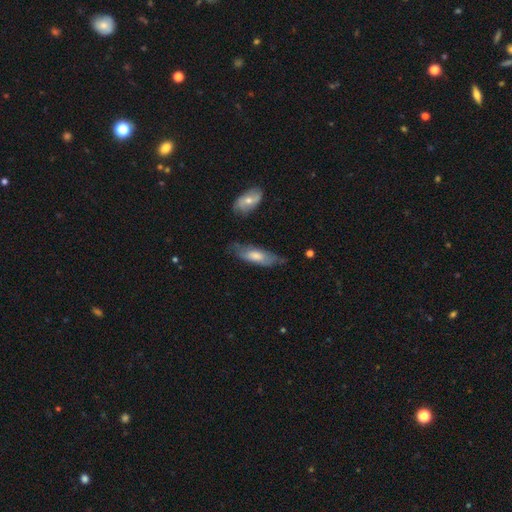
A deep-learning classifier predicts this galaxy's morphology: The model was most divided on "how rounded": in between: 54%, cigar-shaped: 43%, round: 2%. More confident: merging — none (65%); smooth or featured — smooth (54%).